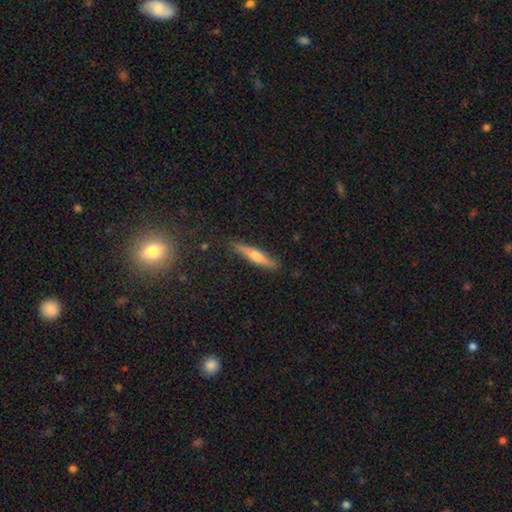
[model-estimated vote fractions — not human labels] A smooth galaxy with no disk features (51%) that is cigar-shaped (90%). Merging: none (85%).